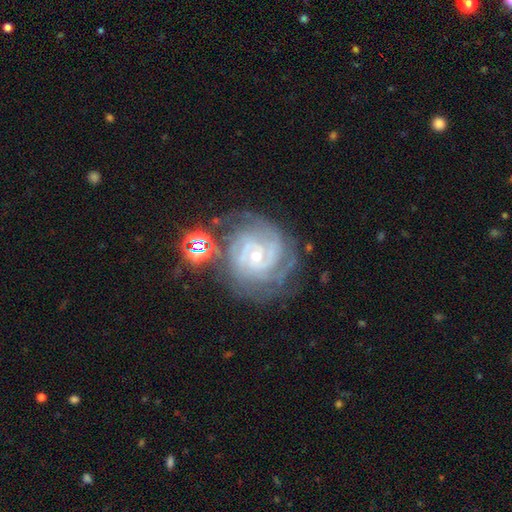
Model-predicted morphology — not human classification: Smooth or featured? Predicted: featured or disk (p=0.89). Edge-on disk? Predicted: no (p=0.98). Bar? Predicted: no (p=0.58). Spiral arms? Predicted: yes (p=0.98). Spiral winding? Predicted: tight (p=0.76). Spiral arm count? Predicted: 3 (p=0.27). Bulge size? Predicted: small (p=0.61). Merging? Predicted: none (p=0.69).